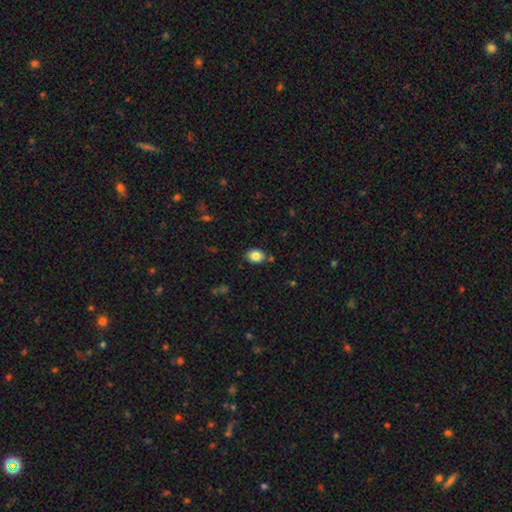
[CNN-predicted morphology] type=smooth (84%); roundness=in between (62%); merging=none (82%).